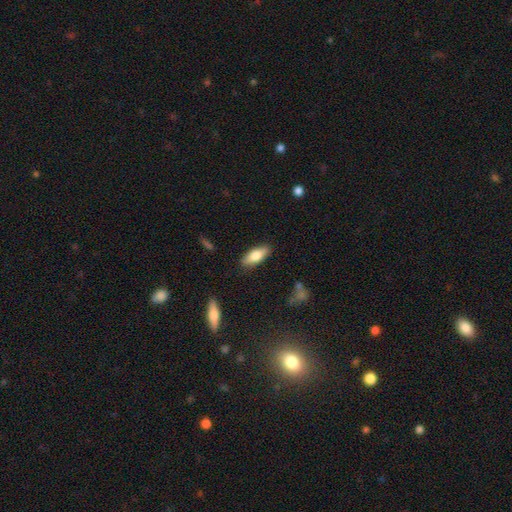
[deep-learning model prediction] Overall: smooth (78%). How rounded: in between (72%). Merging: none (86%).